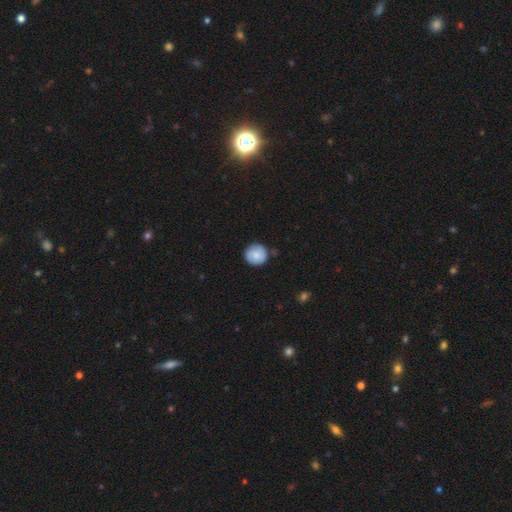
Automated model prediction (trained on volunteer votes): This appears to be a smooth galaxy with no disk features (78%) that is round (92%). Merging: none (82%).